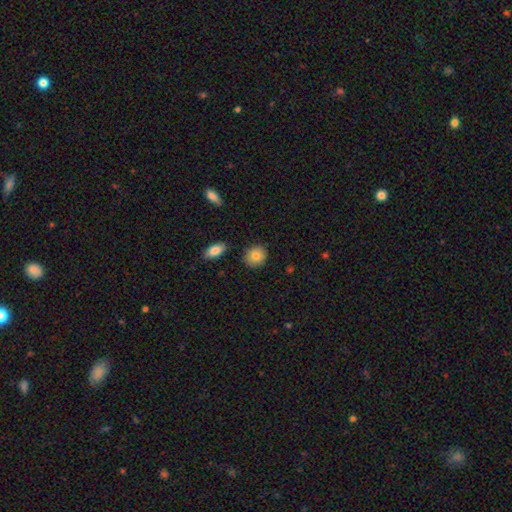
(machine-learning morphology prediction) type=smooth (83%); roundness=round (74%); merging=none (85%).